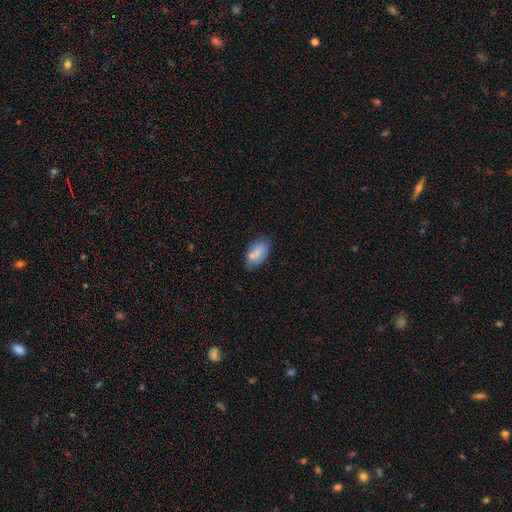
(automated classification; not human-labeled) A smooth galaxy with no disk features (77%) that is in between round and cigar-shaped (92%). Merging: none (71%).